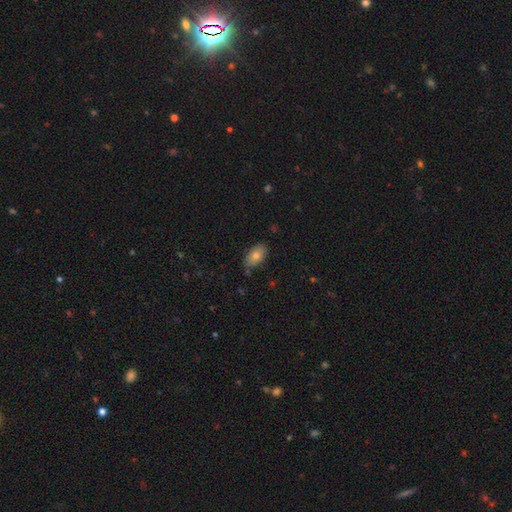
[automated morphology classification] Smooth or featured? smooth (76%)
How rounded? in between (92%)
Merging? none (81%)